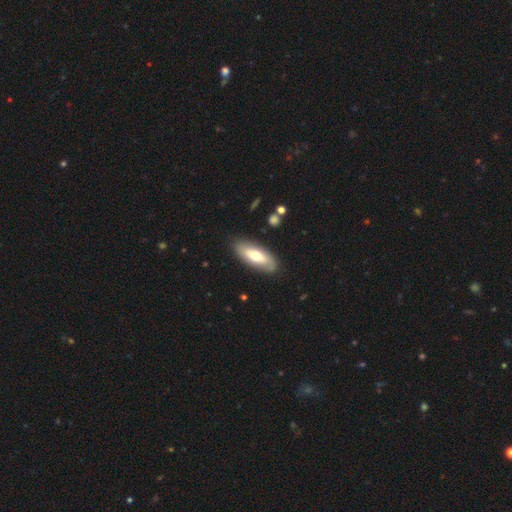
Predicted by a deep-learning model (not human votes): Smooth or featured: smooth — 61% (featured or disk — 33%)
How rounded: in between — 77% (cigar-shaped — 21%)
Merging: none — 84% (minor disturbance — 11%)